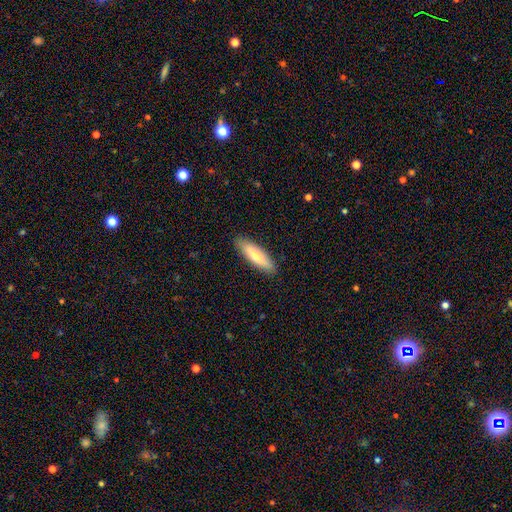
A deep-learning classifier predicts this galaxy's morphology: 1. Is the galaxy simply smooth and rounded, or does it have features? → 71% smooth, 24% featured or disk, 6% star or artifact.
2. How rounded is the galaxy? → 60% cigar-shaped, 38% in between, 2% round.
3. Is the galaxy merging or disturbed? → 88% none, 9% minor disturbance, 2% major disturbance, 1% merger.